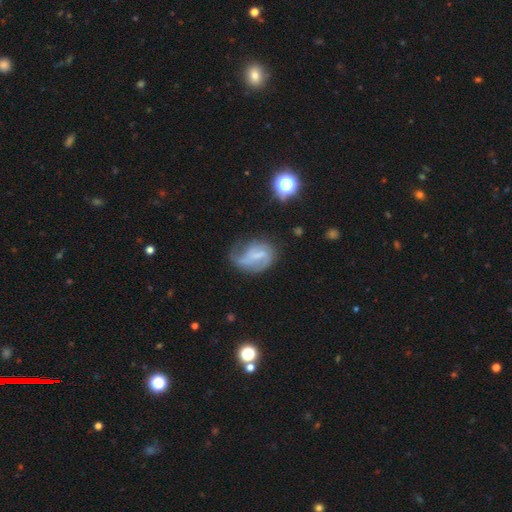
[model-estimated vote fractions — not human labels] Q: Smooth or featured?
A: featured or disk (63%); runner-up: smooth (27%)
Q: Edge-on disk?
A: no (97%); runner-up: yes (3%)
Q: Bar?
A: weak (48%); runner-up: no (30%)
Q: Spiral arms?
A: yes (78%); runner-up: no (22%)
Q: Bulge size?
A: none (44%); runner-up: small (34%)
Q: Merging?
A: none (38%); runner-up: major disturbance (29%)